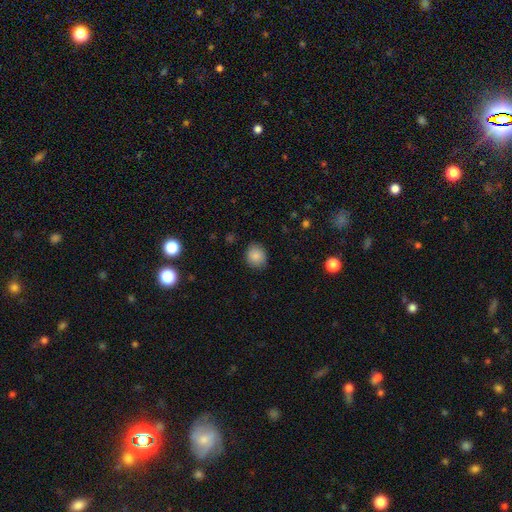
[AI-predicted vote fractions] Smooth or featured? smooth (86%)
How rounded? round (74%)
Merging? none (85%)